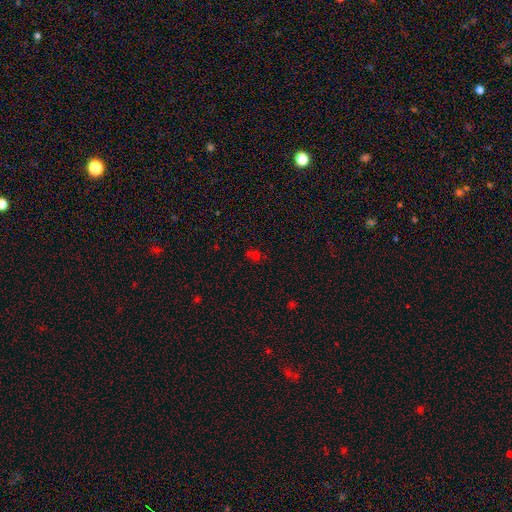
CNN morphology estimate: smooth 51%, star or artifact 39%, featured or disk 10%. Down the decision tree: how rounded — round (73%); merging — none (58%).